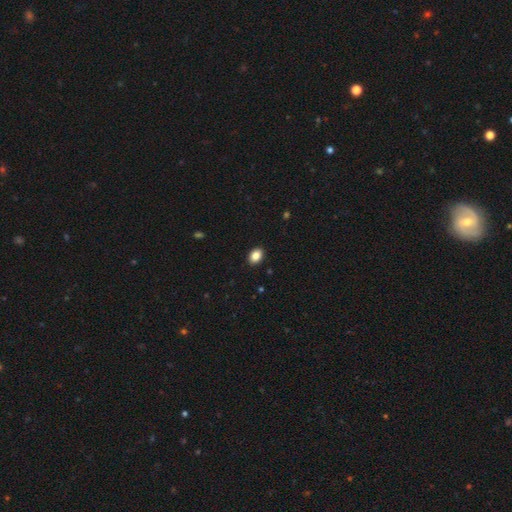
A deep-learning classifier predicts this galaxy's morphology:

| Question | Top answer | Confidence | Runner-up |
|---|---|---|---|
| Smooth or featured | smooth | 88% | star or artifact (8%) |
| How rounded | in between | 75% | round (24%) |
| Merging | none | 91% | minor disturbance (7%) |